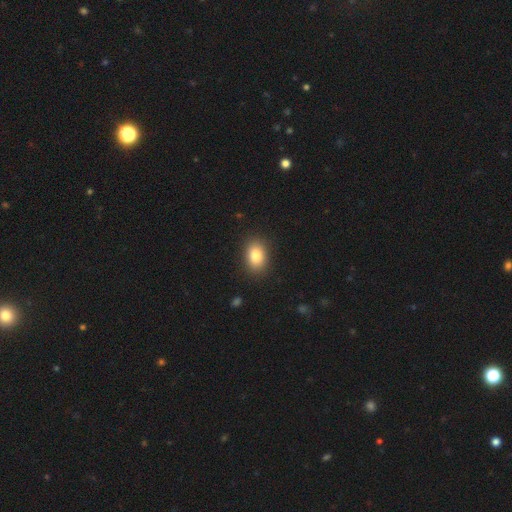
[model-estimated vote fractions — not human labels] Q: Smooth or featured?
A: smooth (84%); runner-up: star or artifact (9%)
Q: How rounded?
A: in between (79%); runner-up: round (20%)
Q: Merging?
A: none (88%); runner-up: minor disturbance (8%)